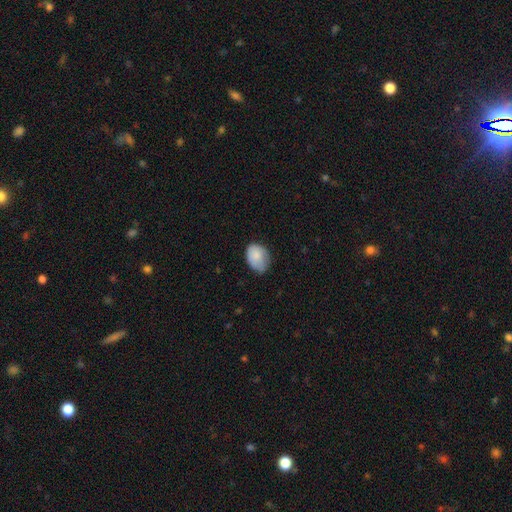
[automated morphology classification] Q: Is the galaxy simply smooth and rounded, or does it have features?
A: smooth — 84%.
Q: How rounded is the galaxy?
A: in between — 70%.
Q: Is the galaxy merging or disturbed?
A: none — 55%.